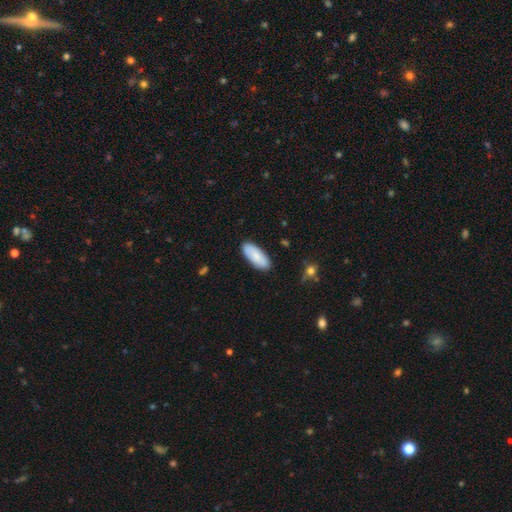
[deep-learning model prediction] This is clearly a smooth galaxy (81%). How rounded: clearly in between (82%). Merging: clearly none (87%).